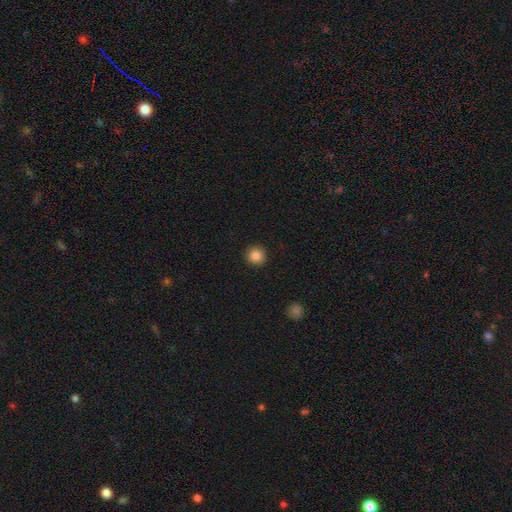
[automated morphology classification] smooth-or-featured: smooth: 86% | star or artifact: 10% | featured or disk: 4%
  how-rounded: round: 94% | in between: 6% | cigar-shaped: 1%
  merging: none: 92% | minor disturbance: 5% | major disturbance: 2% | merger: 1%